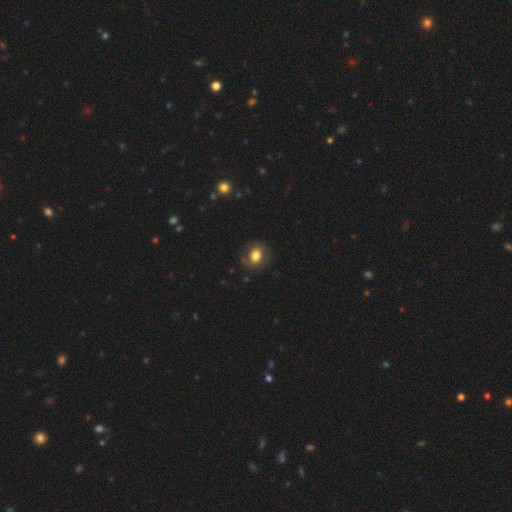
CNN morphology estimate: smooth-or-featured: smooth: 68% | featured or disk: 24% | star or artifact: 9%
  how-rounded: round: 50% | in between: 49% | cigar-shaped: 1%
  merging: none: 79% | minor disturbance: 13% | major disturbance: 6% | merger: 1%